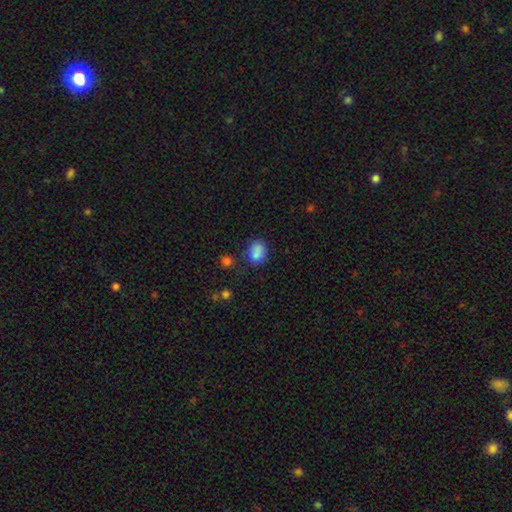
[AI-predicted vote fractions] smooth-or-featured: smooth: 84% | star or artifact: 11% | featured or disk: 6%
  how-rounded: in between: 64% | round: 34% | cigar-shaped: 1%
  merging: none: 67% | minor disturbance: 19% | merger: 9% | major disturbance: 5%